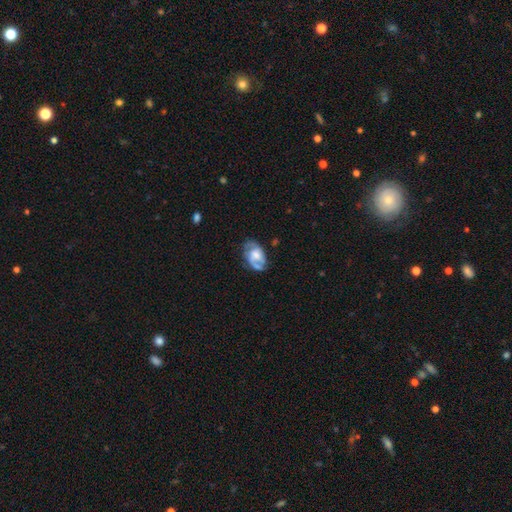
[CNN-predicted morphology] smooth_or_featured: featured or disk (p=0.70) [alt: smooth p=0.23]
disk_edge_on: no (p=0.97) [alt: yes p=0.03]
bar: no (p=0.63) [alt: weak p=0.30]
has_spiral_arms: yes (p=0.87) [alt: no p=0.13]
spiral_winding: medium (p=0.45) [alt: tight p=0.34]
spiral_arm_count: 2 (p=0.66) [alt: can't tell p=0.15]
bulge_size: moderate (p=0.42) [alt: small p=0.23]
merging: none (p=0.57) [alt: minor disturbance p=0.25]